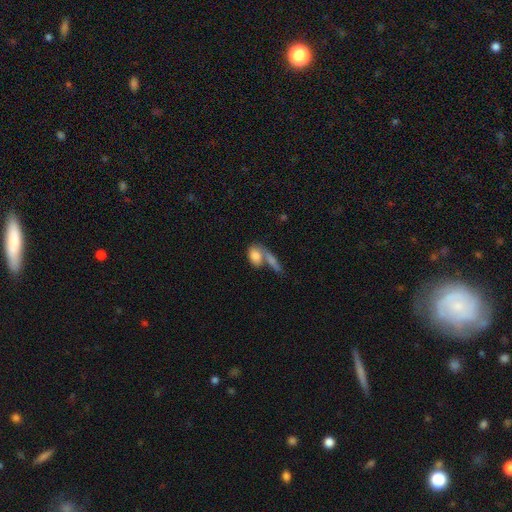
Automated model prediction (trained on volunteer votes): Smooth or featured: smooth — 77% (featured or disk — 15%)
How rounded: in between — 78% (round — 15%)
Merging: merger — 56% (none — 28%)